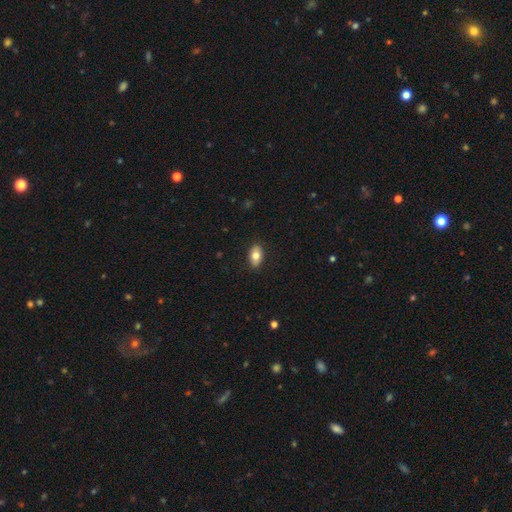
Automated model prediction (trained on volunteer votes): Smooth or featured? Predicted: smooth (p=0.80). How rounded? Predicted: in between (p=0.90). Merging? Predicted: none (p=0.88).